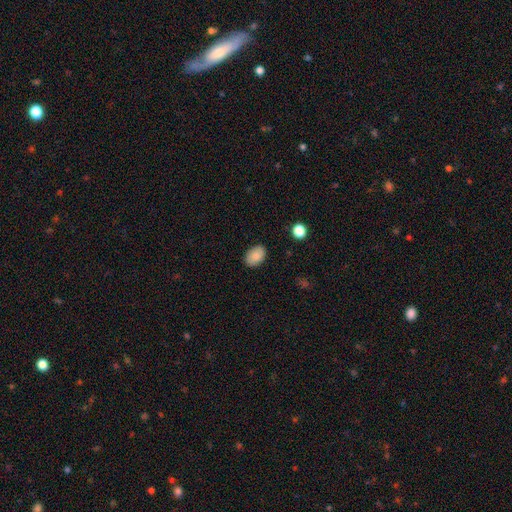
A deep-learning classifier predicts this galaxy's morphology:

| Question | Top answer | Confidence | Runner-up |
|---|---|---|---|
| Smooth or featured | smooth | 86% | star or artifact (7%) |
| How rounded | in between | 84% | round (15%) |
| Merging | none | 86% | minor disturbance (10%) |